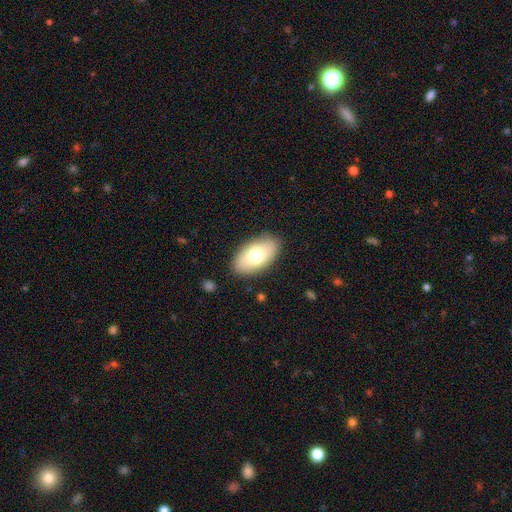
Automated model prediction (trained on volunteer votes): smooth-or-featured: smooth: 71% | featured or disk: 22% | star or artifact: 7%
  how-rounded: in between: 94% | round: 4% | cigar-shaped: 2%
  merging: none: 85% | minor disturbance: 10% | major disturbance: 3% | merger: 1%